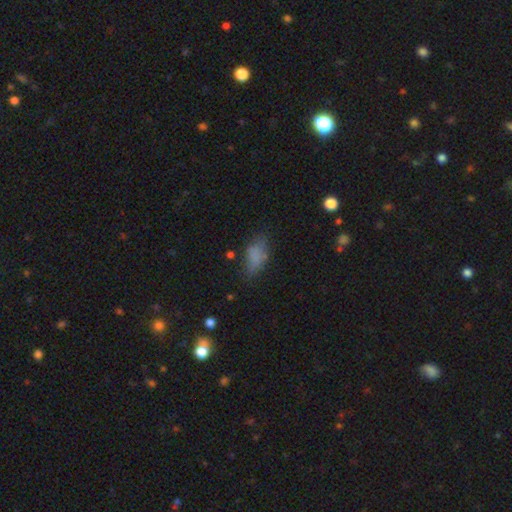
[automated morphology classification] Q: Smooth or featured?
A: smooth (74%); runner-up: featured or disk (14%)
Q: How rounded?
A: in between (85%); runner-up: cigar-shaped (11%)
Q: Merging?
A: none (56%); runner-up: minor disturbance (27%)